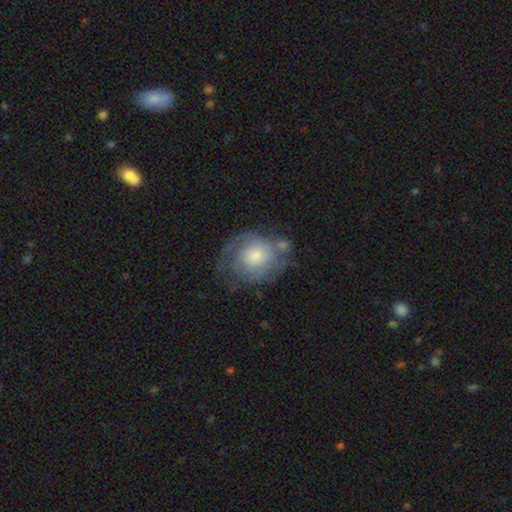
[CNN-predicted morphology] This is possibly a featured or disk galaxy (49%). Merging: possibly none (47%).